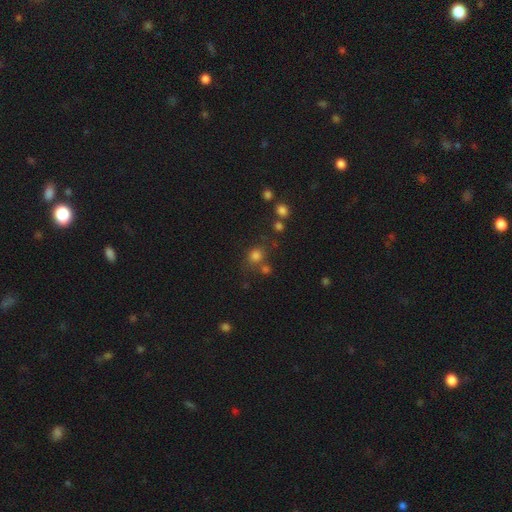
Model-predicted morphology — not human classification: Smooth or featured? smooth (77%)
How rounded? round (83%)
Merging? none (68%)